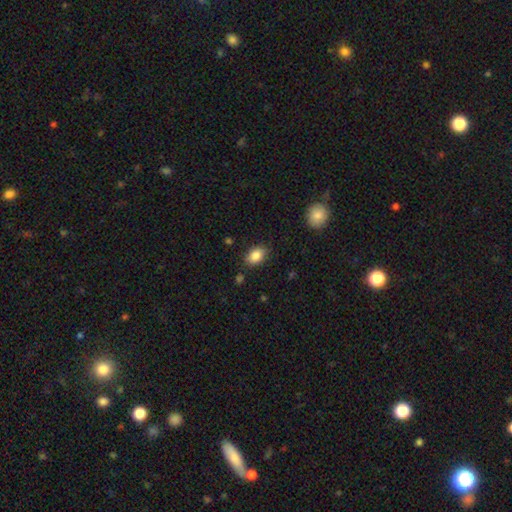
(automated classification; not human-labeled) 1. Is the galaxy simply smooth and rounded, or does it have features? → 86% smooth, 8% star or artifact, 6% featured or disk.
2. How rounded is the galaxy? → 83% in between, 16% round, 1% cigar-shaped.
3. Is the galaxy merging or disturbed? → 83% none, 12% minor disturbance, 3% major disturbance, 2% merger.